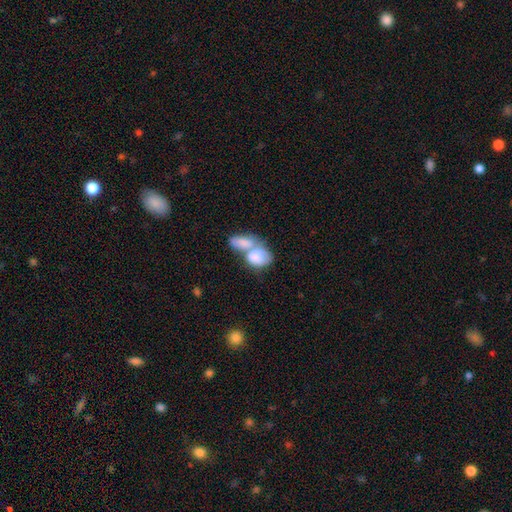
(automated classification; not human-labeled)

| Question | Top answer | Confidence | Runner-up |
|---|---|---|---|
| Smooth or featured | smooth | 76% | featured or disk (17%) |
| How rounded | in between | 85% | round (13%) |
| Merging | merger | 75% | none (12%) |